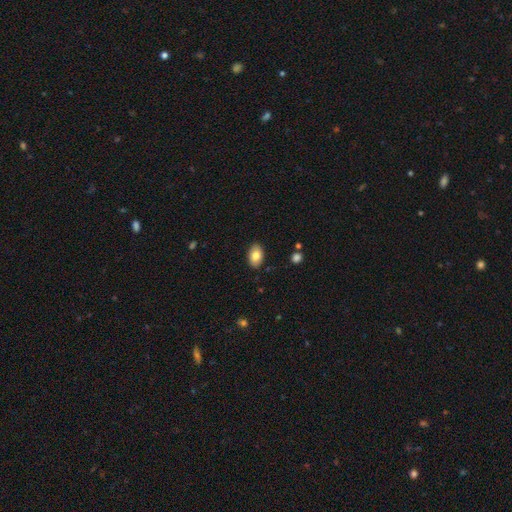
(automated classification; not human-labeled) This appears to be a smooth galaxy with no disk features (83%) that is in between round and cigar-shaped (89%). Merging: none (88%).